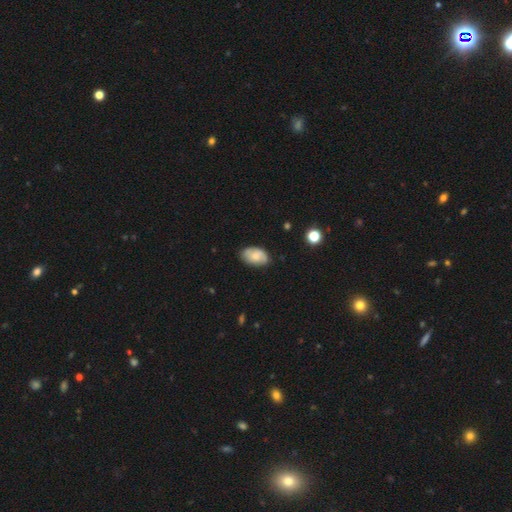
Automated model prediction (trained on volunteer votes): Smooth or featured?
  - smooth: 65% *
  - featured or disk: 28%
  - star or artifact: 8%
How rounded?
  - in between: 91% *
  - round: 8%
  - cigar-shaped: 1%
Merging?
  - none: 75% *
  - minor disturbance: 20%
  - major disturbance: 4%
  - merger: 1%